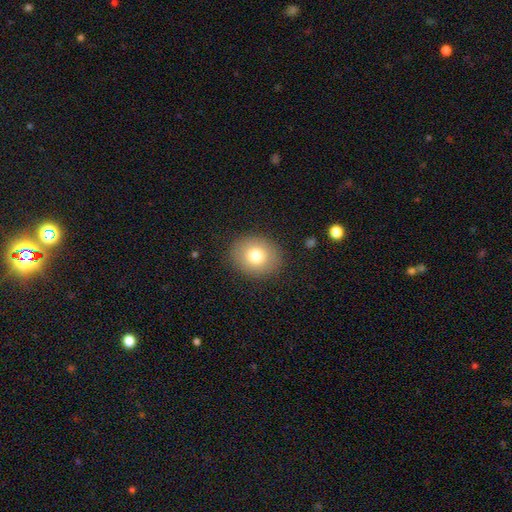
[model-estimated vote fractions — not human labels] Smooth or featured? Predicted: smooth (p=0.77). How rounded? Predicted: round (p=0.64). Merging? Predicted: none (p=0.89).